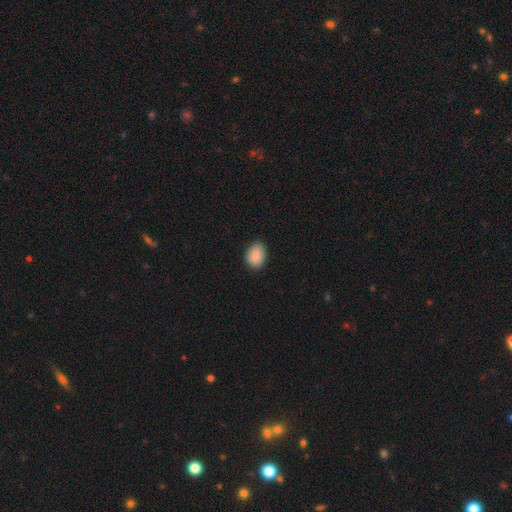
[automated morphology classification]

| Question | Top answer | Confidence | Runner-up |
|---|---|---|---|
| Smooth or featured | smooth | 89% | star or artifact (7%) |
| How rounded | in between | 75% | round (24%) |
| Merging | none | 84% | minor disturbance (13%) |